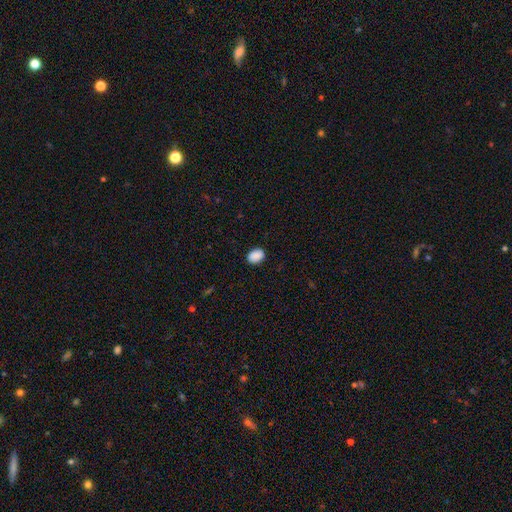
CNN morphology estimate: Smooth or featured: smooth — 89% (star or artifact — 8%)
How rounded: in between — 74% (round — 25%)
Merging: none — 88% (minor disturbance — 9%)